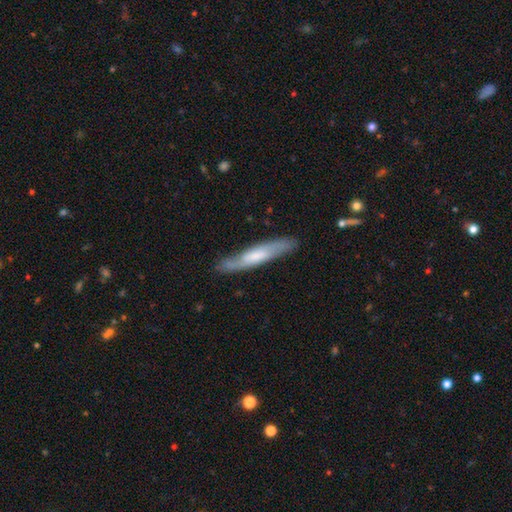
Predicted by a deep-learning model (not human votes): A featured or disk galaxy (50%). Merging: none (82%).